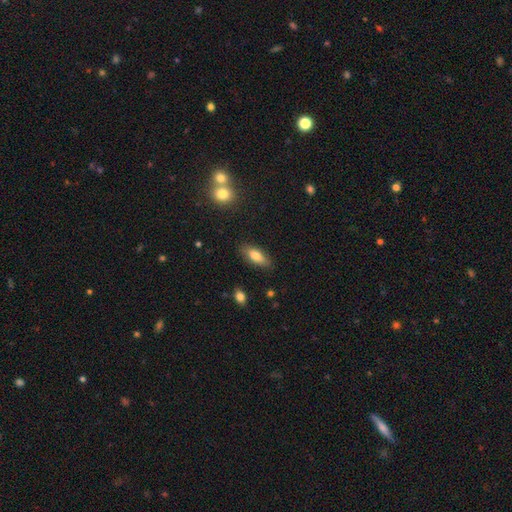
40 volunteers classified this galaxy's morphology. smooth_or_featured: smooth (p=0.85) [alt: featured or disk p=0.10]
how_rounded: in between (p=0.76) [alt: cigar-shaped p=0.15]
merging: none (p=0.79) [alt: minor disturbance p=0.13]